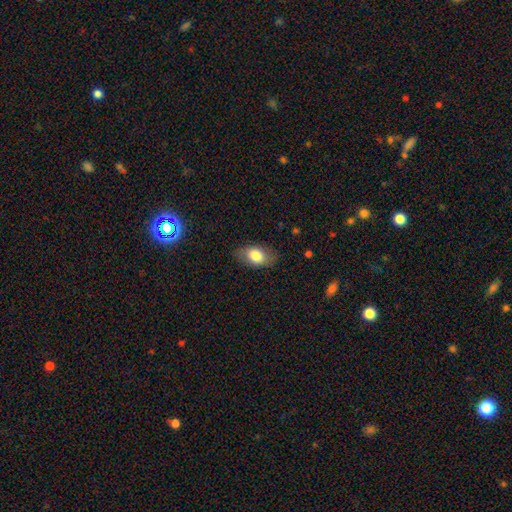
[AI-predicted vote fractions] Smooth or featured?
  - smooth: 79% *
  - featured or disk: 14%
  - star or artifact: 7%
How rounded?
  - in between: 89% *
  - round: 9%
  - cigar-shaped: 2%
Merging?
  - none: 82% *
  - minor disturbance: 14%
  - major disturbance: 4%
  - merger: 1%